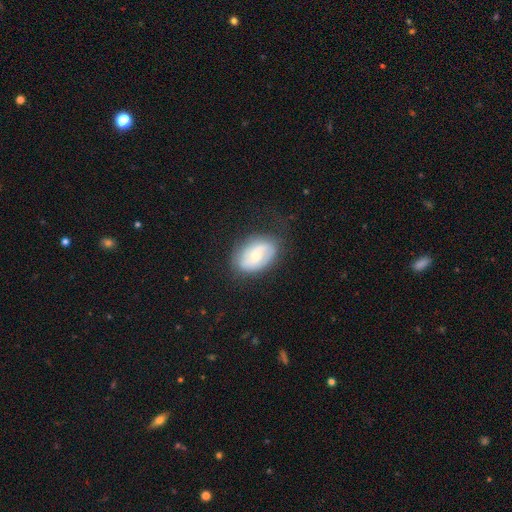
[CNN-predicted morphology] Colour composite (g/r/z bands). It shows a featured or disk galaxy (54%) with no bar (52%), spiral arms (76%) and a small central bulge (51%). Merging: none (71%).